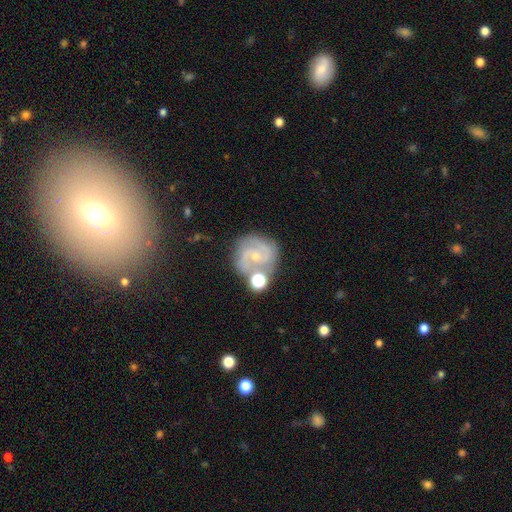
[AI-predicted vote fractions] Smooth or featured: featured or disk — 81% (smooth — 11%)
Edge-on disk: no — 98% (yes — 2%)
Bar: no — 53% (weak — 38%)
Spiral arms: yes — 95% (no — 5%)
Spiral winding: medium — 50% (tight — 36%)
Spiral arm count: 2 — 67% (3 — 15%)
Bulge size: small — 74% (moderate — 21%)
Merging: none — 64% (minor disturbance — 16%)